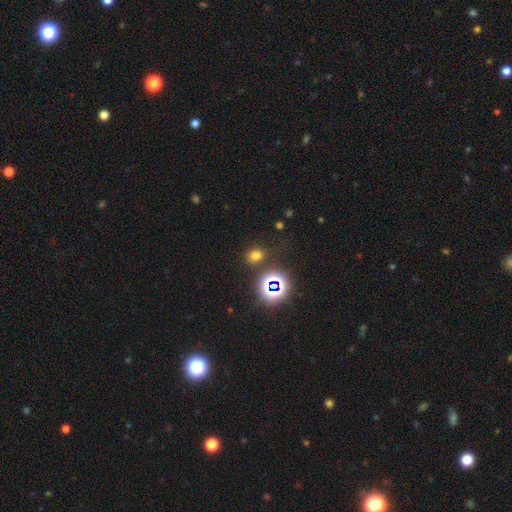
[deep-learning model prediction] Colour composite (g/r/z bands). It shows a smooth galaxy with no disk features (65%) that is in between round and cigar-shaped (54%). Merging: none (80%).